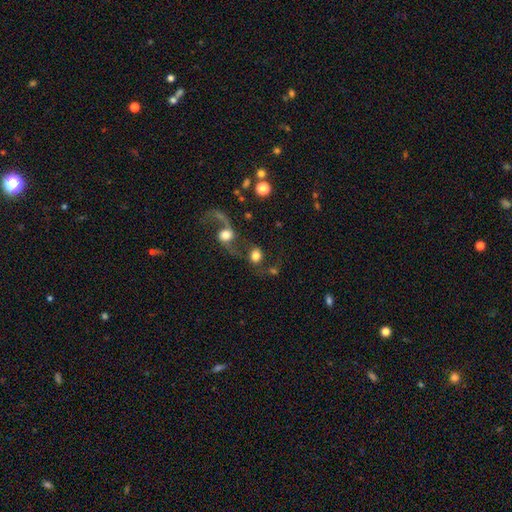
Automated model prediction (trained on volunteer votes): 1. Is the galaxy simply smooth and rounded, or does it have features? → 64% smooth, 25% featured or disk, 11% star or artifact.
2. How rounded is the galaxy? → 69% round, 29% in between, 2% cigar-shaped.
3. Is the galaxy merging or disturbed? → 38% none, 34% merger, 17% major disturbance, 11% minor disturbance.